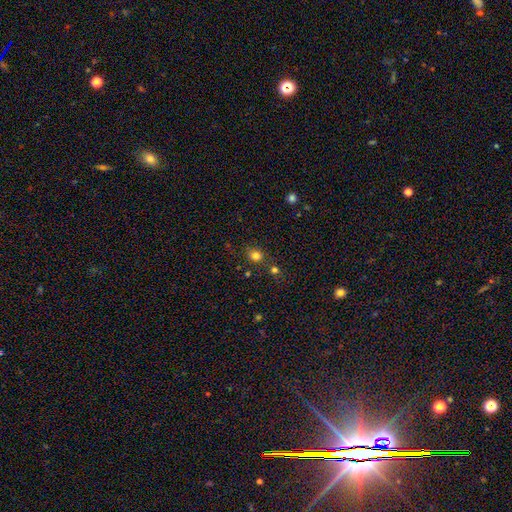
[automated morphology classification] The model was most divided on "how rounded": round: 70%, in between: 29%, cigar-shaped: 1%. More confident: smooth or featured — smooth (77%); merging — none (69%).